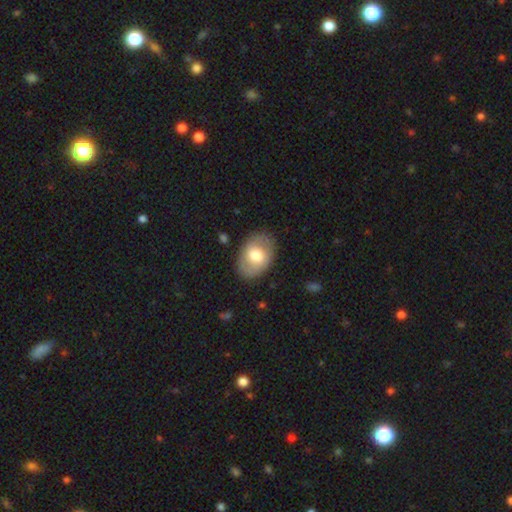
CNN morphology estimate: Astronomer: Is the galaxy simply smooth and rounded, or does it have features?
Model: smooth — 65%.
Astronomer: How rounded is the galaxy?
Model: in between — 81%.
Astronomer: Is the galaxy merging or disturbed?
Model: none — 82%.